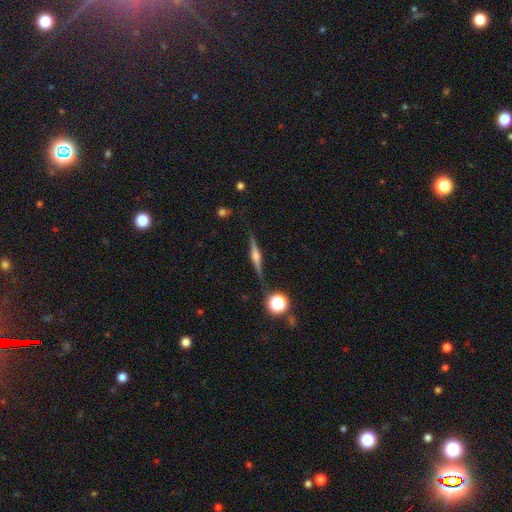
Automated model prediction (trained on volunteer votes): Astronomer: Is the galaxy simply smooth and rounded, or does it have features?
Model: featured or disk — 77%.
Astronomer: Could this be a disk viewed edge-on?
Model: yes — 98%.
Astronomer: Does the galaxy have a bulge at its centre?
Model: rounded — 88%.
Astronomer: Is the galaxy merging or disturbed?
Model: none — 86%.